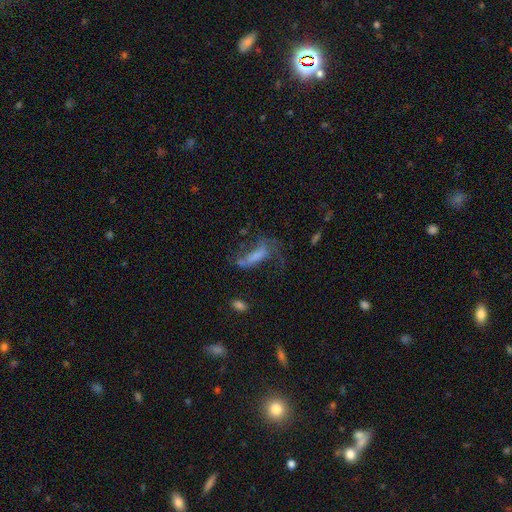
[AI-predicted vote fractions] Morphology: type=featured or disk (45%); merging=major disturbance (44%).